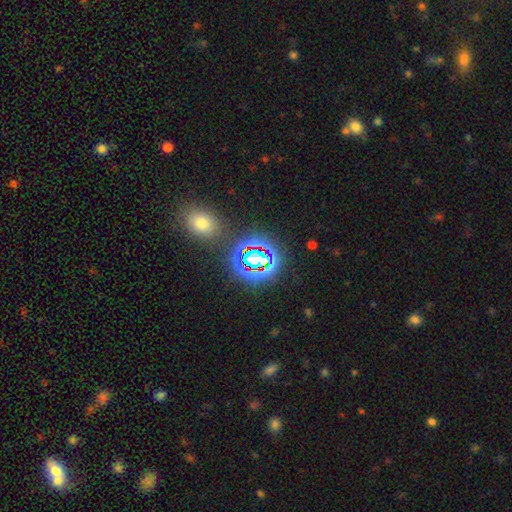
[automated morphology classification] The model was most divided on "smooth or featured": star or artifact: 73%, smooth: 18%, featured or disk: 8%.